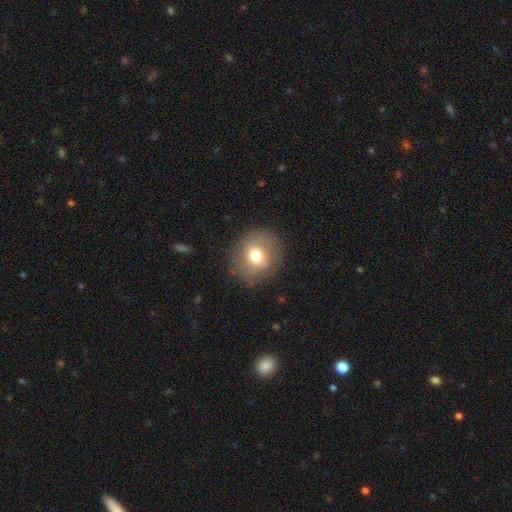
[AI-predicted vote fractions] This appears to be a smooth galaxy with no disk features (70%) that is round (77%). Merging: none (83%).